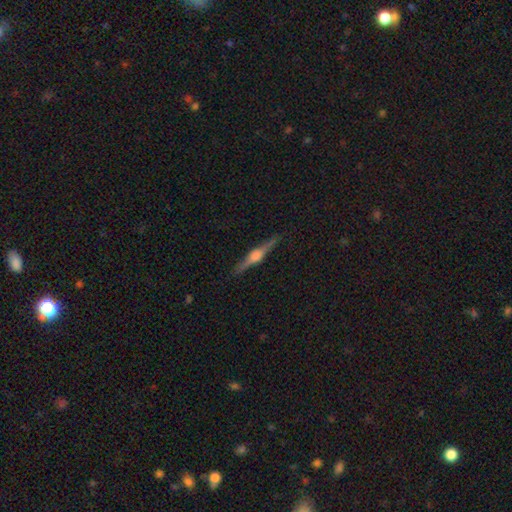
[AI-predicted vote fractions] Smooth or featured?
  - featured or disk: 82% *
  - smooth: 12%
  - star or artifact: 6%
Edge-on disk?
  - yes: 98% *
  - no: 2%
Edge-on bulge?
  - rounded: 88% *
  - boxy: 9%
  - none: 2%
Merging?
  - none: 91% *
  - minor disturbance: 7%
  - major disturbance: 2%
  - merger: 1%